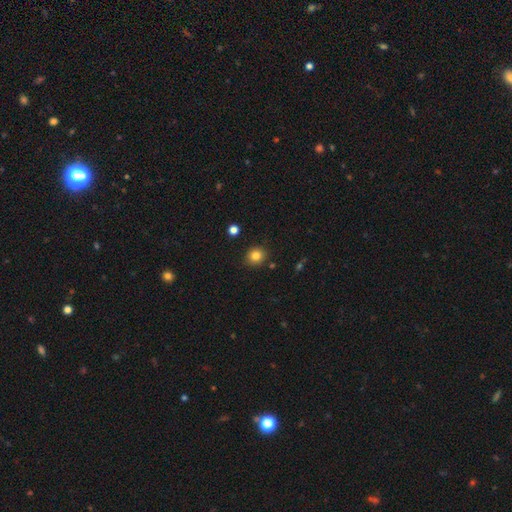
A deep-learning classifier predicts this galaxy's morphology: smooth 82%, star or artifact 12%, featured or disk 6%. Down the decision tree: how rounded — round (87%); merging — none (88%).